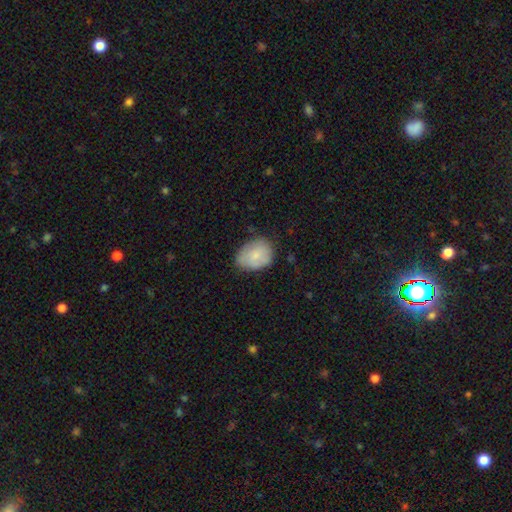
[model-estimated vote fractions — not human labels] A smooth galaxy with no disk features (77%) that is in between round and cigar-shaped (66%). Merging: none (62%).